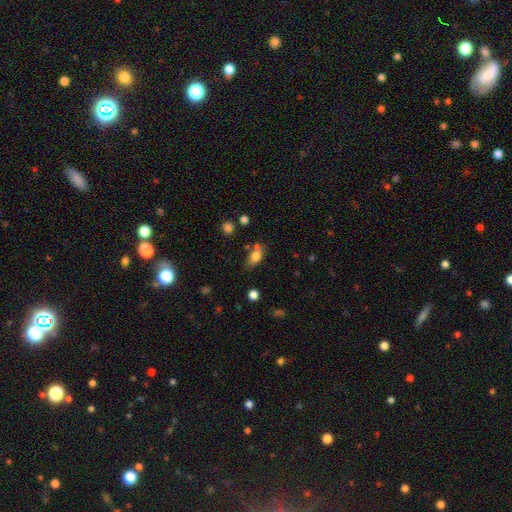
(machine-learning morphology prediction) Q: Smooth or featured?
A: smooth (79%); runner-up: featured or disk (11%)
Q: How rounded?
A: in between (81%); runner-up: round (13%)
Q: Merging?
A: none (58%); runner-up: minor disturbance (22%)